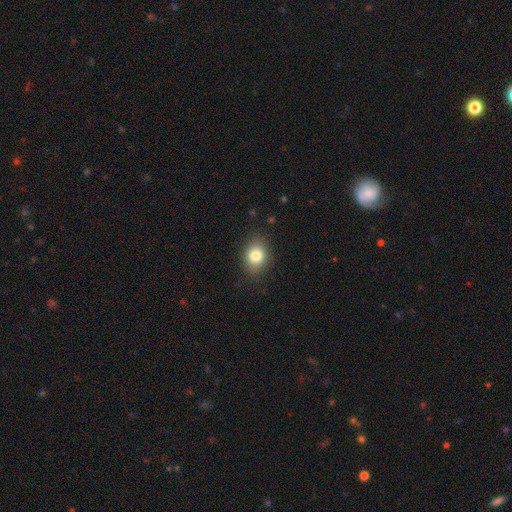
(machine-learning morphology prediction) This is clearly a smooth galaxy (81%). How rounded: possibly in between (55%). Merging: clearly none (84%).